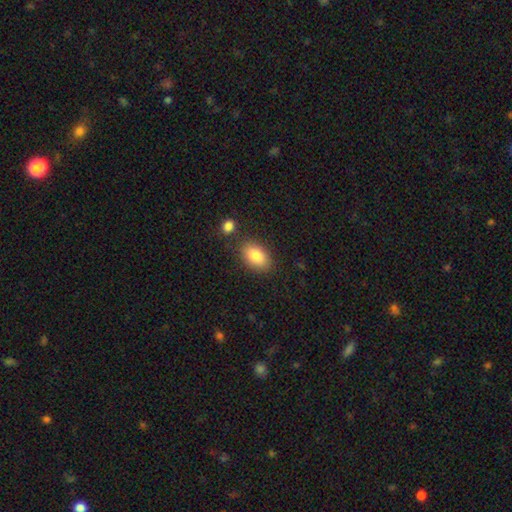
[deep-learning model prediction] Smooth or featured?
  - smooth: 85% *
  - featured or disk: 8%
  - star or artifact: 7%
How rounded?
  - in between: 91% *
  - round: 7%
  - cigar-shaped: 2%
Merging?
  - none: 80% *
  - minor disturbance: 11%
  - merger: 5%
  - major disturbance: 3%